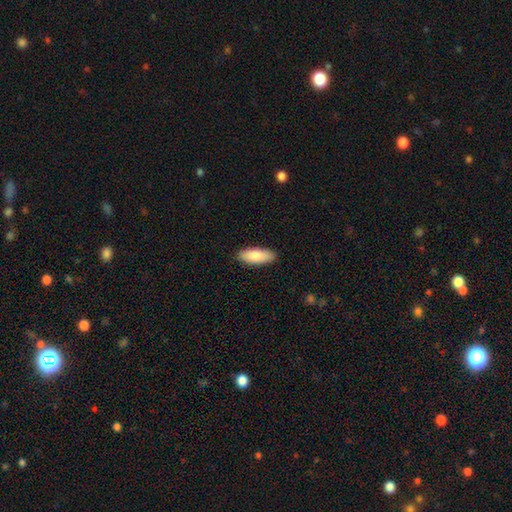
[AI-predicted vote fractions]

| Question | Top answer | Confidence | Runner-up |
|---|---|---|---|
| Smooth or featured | smooth | 87% | featured or disk (8%) |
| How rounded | in between | 74% | cigar-shaped (24%) |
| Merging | none | 89% | minor disturbance (8%) |